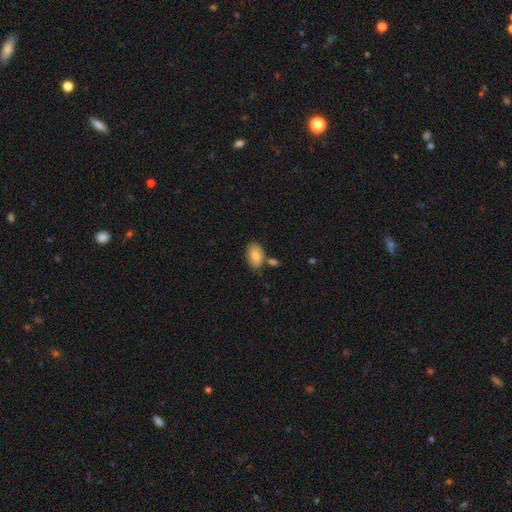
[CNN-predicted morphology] This appears to be a smooth galaxy with no disk features (82%) that is in between round and cigar-shaped (92%). Merging: none (69%).